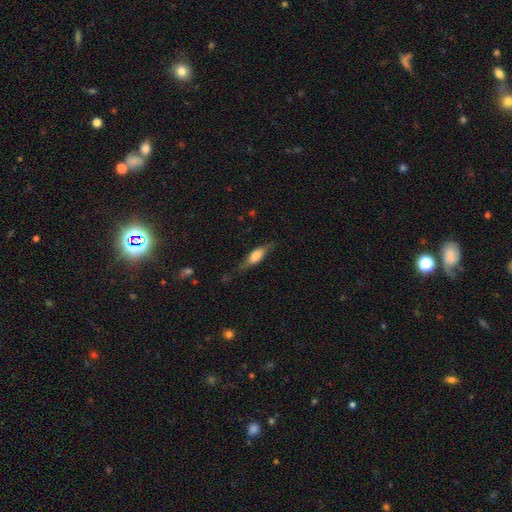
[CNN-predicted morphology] smooth-or-featured: smooth: 56% | featured or disk: 37% | star or artifact: 7%
  how-rounded: in between: 52% | cigar-shaped: 45% | round: 3%
  merging: none: 66% | minor disturbance: 24% | major disturbance: 8% | merger: 2%